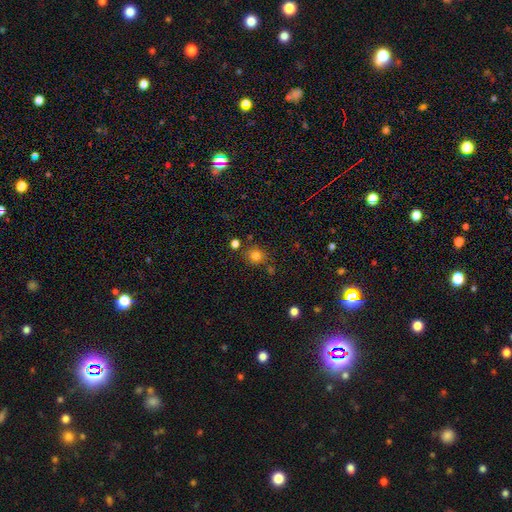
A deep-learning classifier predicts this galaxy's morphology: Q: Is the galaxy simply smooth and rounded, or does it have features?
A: smooth — 78%.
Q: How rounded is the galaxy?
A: round — 86%.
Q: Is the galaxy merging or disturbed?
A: none — 79%.